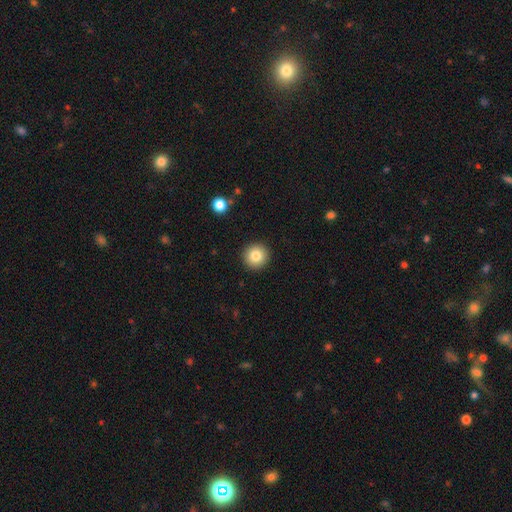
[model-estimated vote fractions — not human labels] Smooth or featured: smooth — 83% (star or artifact — 10%)
How rounded: round — 95% (in between — 4%)
Merging: none — 92% (minor disturbance — 5%)